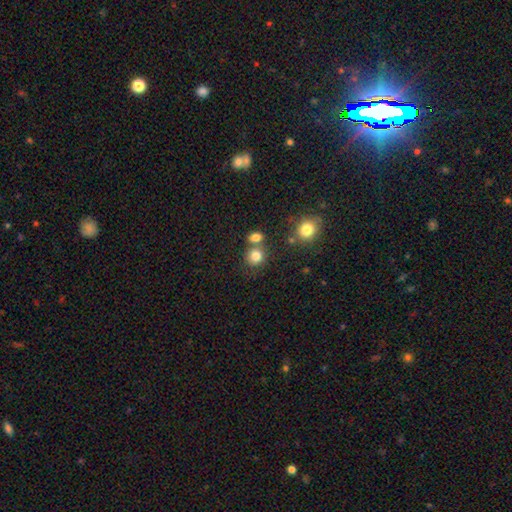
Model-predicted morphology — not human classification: This is clearly a smooth galaxy (81%). How rounded: clearly round (84%). Merging: likely none (62%).